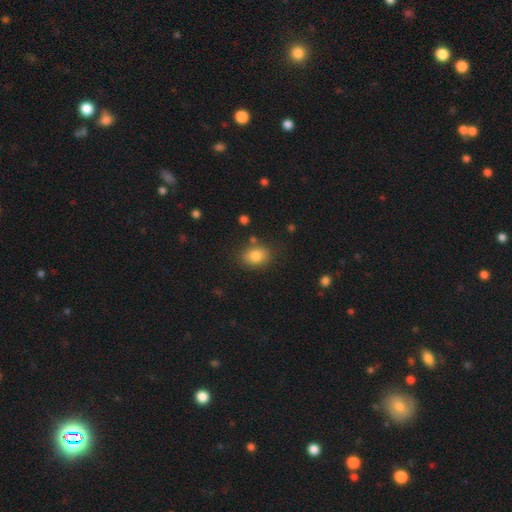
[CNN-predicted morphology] smooth 82%, star or artifact 10%, featured or disk 8%. Down the decision tree: how rounded — in between (63%); merging — none (79%).